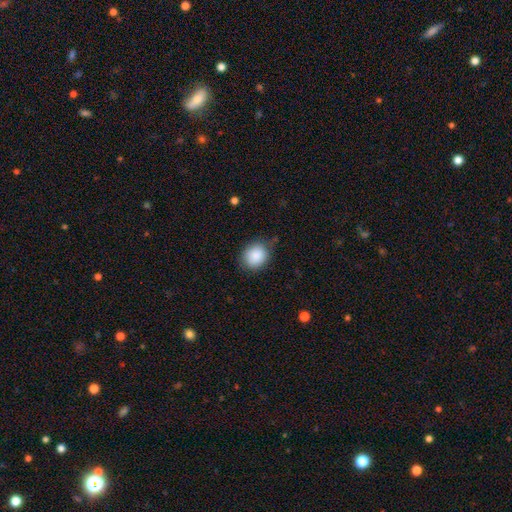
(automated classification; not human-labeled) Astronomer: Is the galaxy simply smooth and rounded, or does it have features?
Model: smooth — 88%.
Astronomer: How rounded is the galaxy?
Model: round — 68%.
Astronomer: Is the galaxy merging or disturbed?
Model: none — 78%.